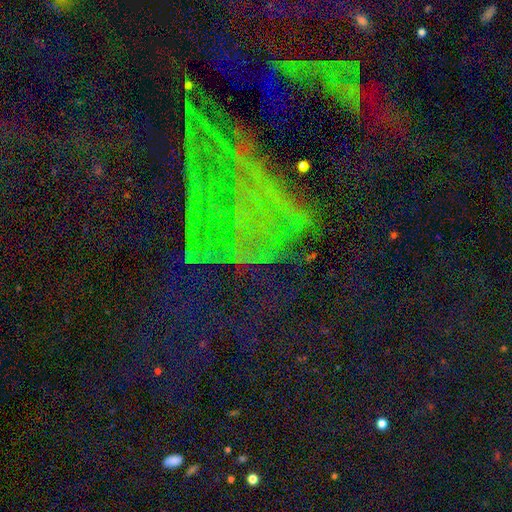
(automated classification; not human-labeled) A star or artifact, not a galaxy (74%).

Vote fractions:
- Smooth or featured? star or artifact: 74% / featured or disk: 14% / smooth: 12%